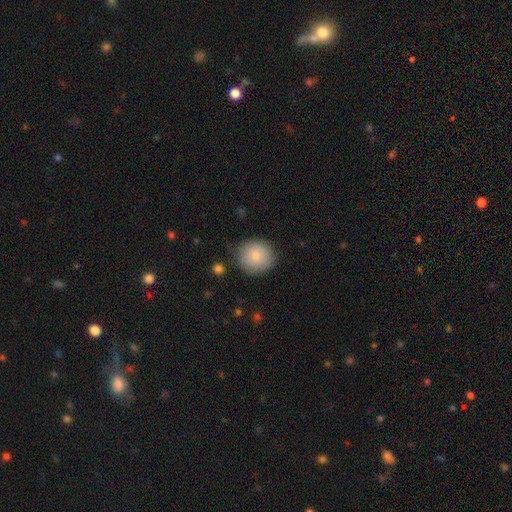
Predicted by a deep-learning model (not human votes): Smooth or featured? Predicted: smooth (p=0.84). How rounded? Predicted: round (p=0.88). Merging? Predicted: none (p=0.82).